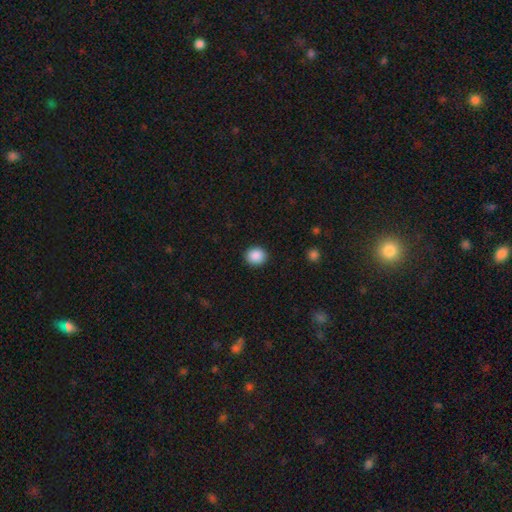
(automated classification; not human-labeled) Smooth or featured?
  - smooth: 89% *
  - star or artifact: 8%
  - featured or disk: 2%
How rounded?
  - round: 82% *
  - in between: 17%
  - cigar-shaped: 1%
Merging?
  - none: 91% *
  - minor disturbance: 6%
  - major disturbance: 2%
  - merger: 1%